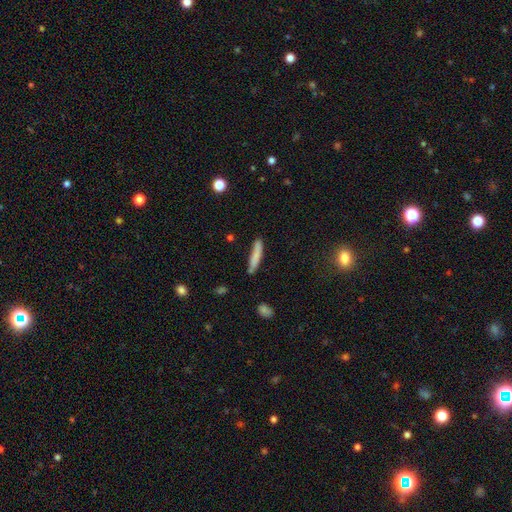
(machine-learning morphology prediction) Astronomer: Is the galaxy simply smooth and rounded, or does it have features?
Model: smooth — 78%.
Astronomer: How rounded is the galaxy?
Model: cigar-shaped — 90%.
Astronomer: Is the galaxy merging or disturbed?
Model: none — 76%.